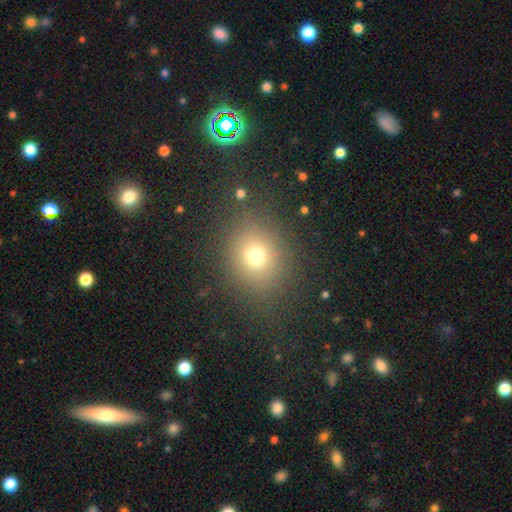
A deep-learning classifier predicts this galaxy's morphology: A smooth galaxy with no disk features (71%) that is round (63%).

Vote fractions:
- Smooth or featured? smooth: 71% / star or artifact: 18% / featured or disk: 10%
- How rounded? round: 63% / in between: 35% / cigar-shaped: 1%
- Merging? none: 83% / minor disturbance: 10% / major disturbance: 6% / merger: 2%